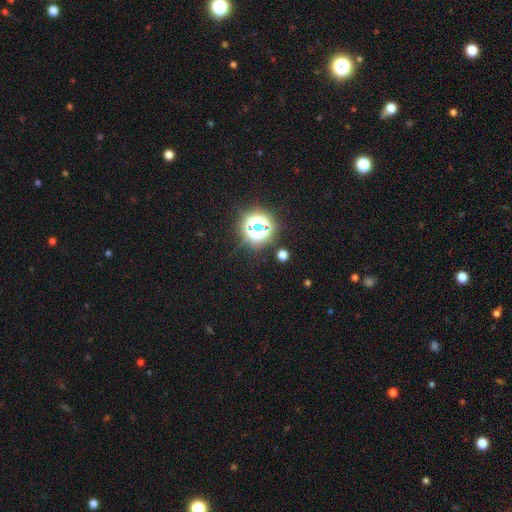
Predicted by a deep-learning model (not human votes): This is likely a star or artifact rather than a galaxy (80%).